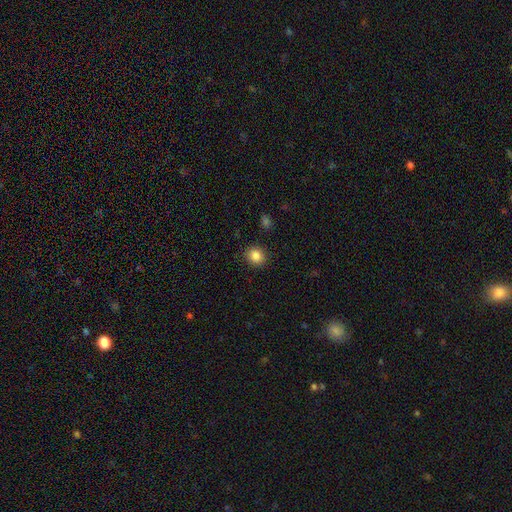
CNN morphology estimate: Smooth or featured: smooth — 85% (star or artifact — 10%)
How rounded: round — 78% (in between — 21%)
Merging: none — 90% (minor disturbance — 7%)